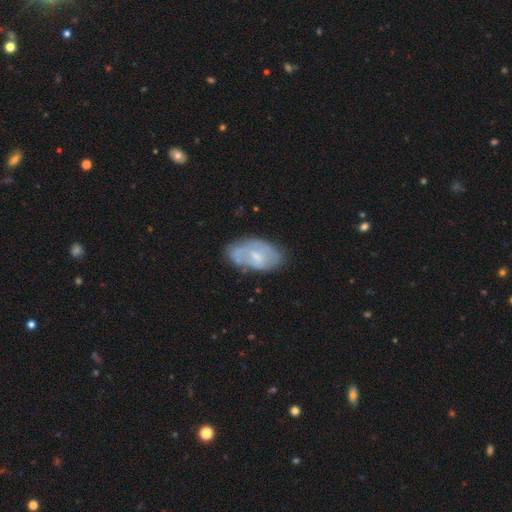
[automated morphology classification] Smooth or featured: featured or disk — 59% (smooth — 35%)
Edge-on disk: no — 95% (yes — 5%)
Bar: no — 50% (weak — 42%)
Spiral arms: yes — 59% (no — 41%)
Bulge size: small — 53% (moderate — 33%)
Merging: none — 63% (minor disturbance — 25%)